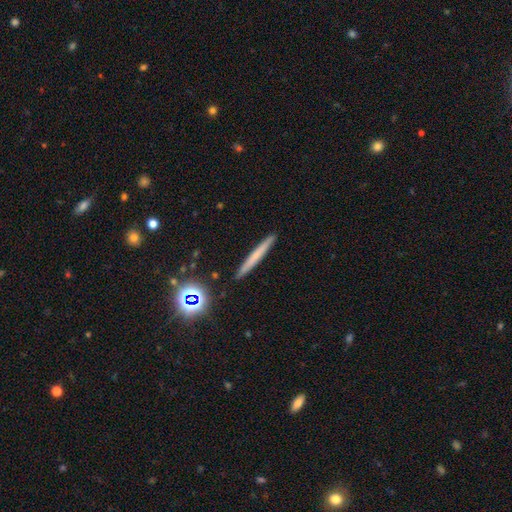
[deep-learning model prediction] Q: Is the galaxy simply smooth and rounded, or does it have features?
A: smooth — 57%.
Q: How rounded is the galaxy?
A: cigar-shaped — 96%.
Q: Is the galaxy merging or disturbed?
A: none — 91%.